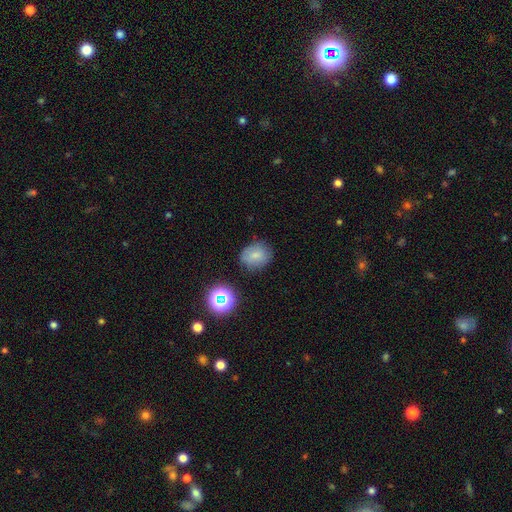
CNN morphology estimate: smooth_or_featured: smooth (p=0.73) [alt: star or artifact p=0.15]
how_rounded: round (p=0.59) [alt: in between p=0.40]
merging: none (p=0.75) [alt: minor disturbance p=0.17]